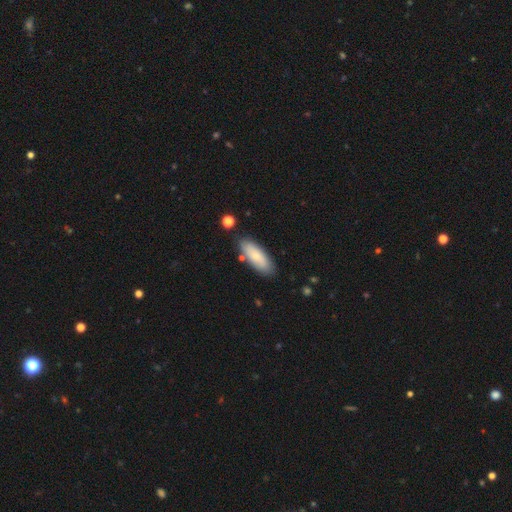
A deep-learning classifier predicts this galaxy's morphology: A smooth galaxy with no disk features (75%) that is in between round and cigar-shaped (69%). Merging: none (81%).